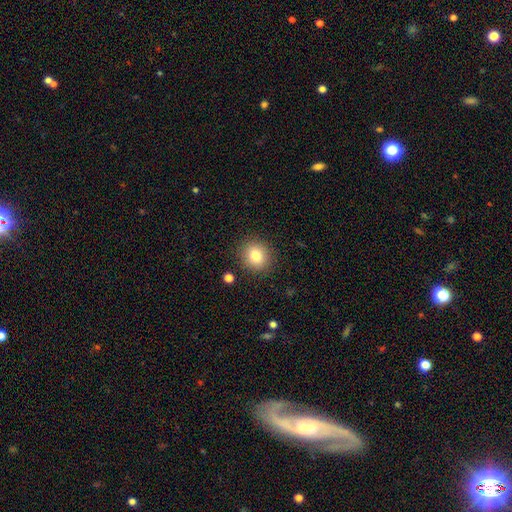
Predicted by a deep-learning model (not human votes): A smooth galaxy with no disk features (80%) that is round (82%). Merging: none (89%).